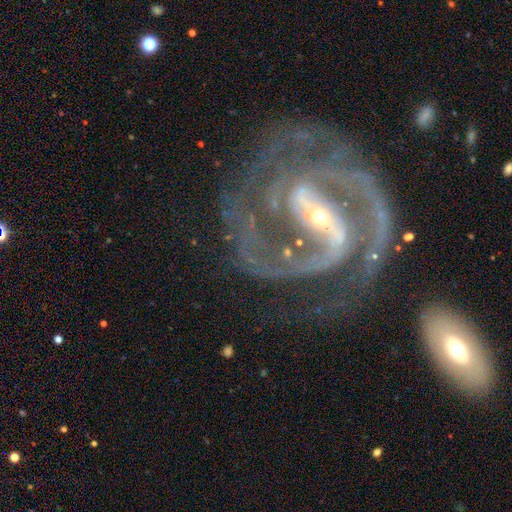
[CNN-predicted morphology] This is clearly a featured or disk galaxy (92%). It is clearly not viewed edge-on (98%). Bar: possibly strong (57%). Spiral arm pattern: clearly yes (97%). Spiral arm count: likely 2 (77%). Spiral winding: possibly medium (53%). Central bulge: clearly small (81%). Merging: possibly none (48%).